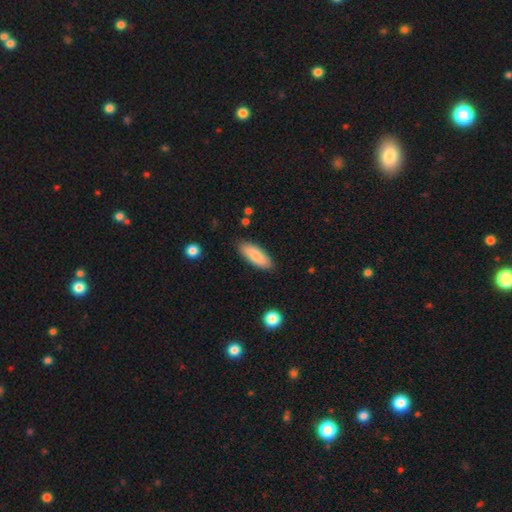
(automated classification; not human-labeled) This is clearly a smooth galaxy (82%). How rounded: likely in between (66%). Merging: clearly none (85%).